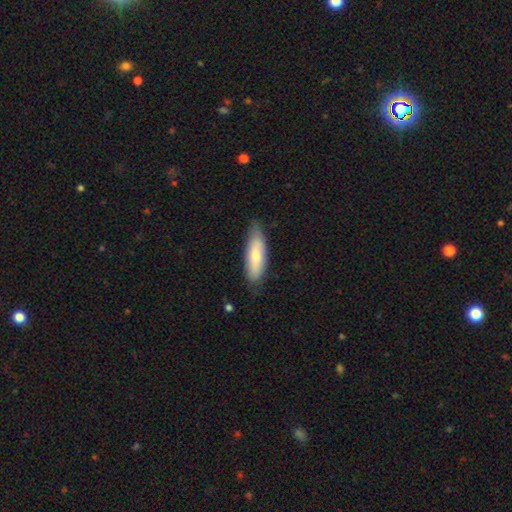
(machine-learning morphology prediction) The model was most divided on "how rounded": in between: 61%, cigar-shaped: 37%, round: 2%. More confident: merging — none (74%); smooth or featured — smooth (72%).